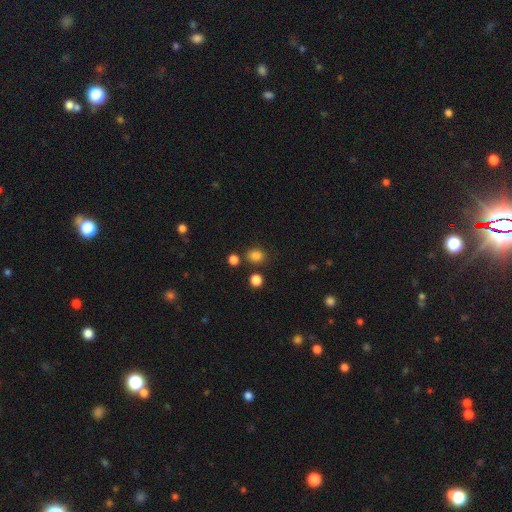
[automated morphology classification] smooth 82%, star or artifact 13%, featured or disk 4%. Down the decision tree: how rounded — round (67%); merging — none (80%).